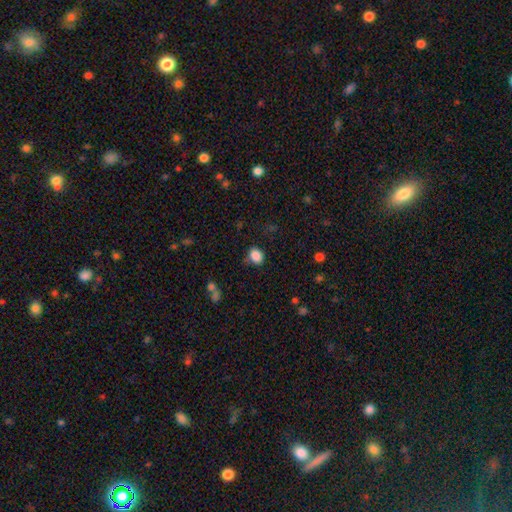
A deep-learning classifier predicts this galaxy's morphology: Overall: smooth (86%). How rounded: in between (54%; round 45%). Merging: none (70%).